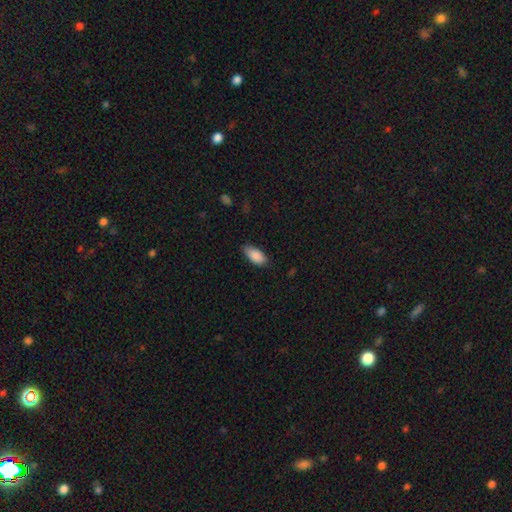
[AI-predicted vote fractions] smooth-or-featured: smooth: 88% | star or artifact: 7% | featured or disk: 5%
  how-rounded: in between: 91% | cigar-shaped: 7% | round: 2%
  merging: none: 75% | minor disturbance: 21% | major disturbance: 3% | merger: 1%